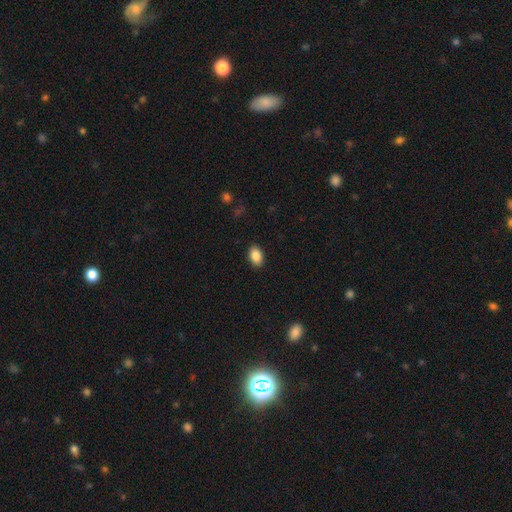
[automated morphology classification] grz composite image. It shows a smooth galaxy with no disk features (88%) that is in between round and cigar-shaped (88%). Merging: none (89%).